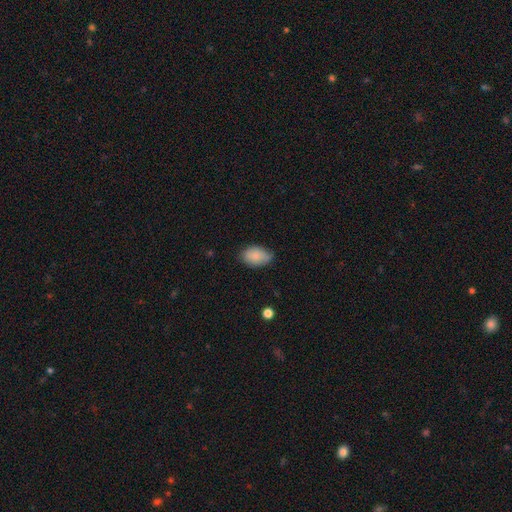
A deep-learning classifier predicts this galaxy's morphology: Smooth or featured? smooth (86%)
How rounded? in between (90%)
Merging? none (65%)